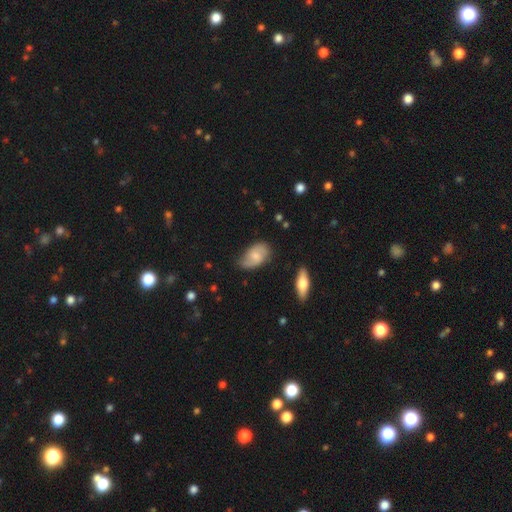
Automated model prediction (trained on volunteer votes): Smooth or featured?
  - smooth: 51% *
  - featured or disk: 42%
  - star or artifact: 7%
How rounded?
  - in between: 91% *
  - round: 7%
  - cigar-shaped: 2%
Merging?
  - none: 64% *
  - minor disturbance: 28%
  - major disturbance: 6%
  - merger: 2%